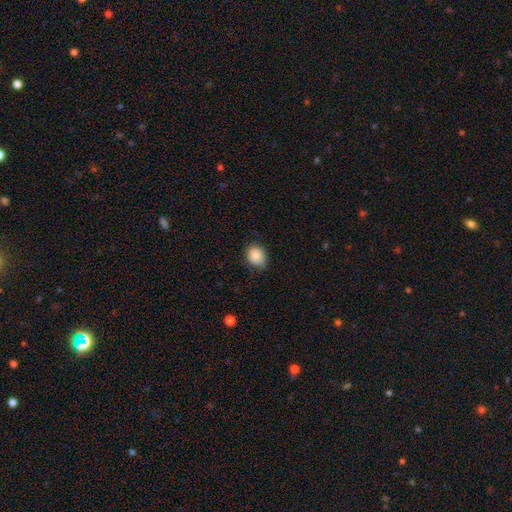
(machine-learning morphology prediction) smooth-or-featured: smooth: 86% | star or artifact: 8% | featured or disk: 6%
  how-rounded: round: 55% | in between: 44% | cigar-shaped: 1%
  merging: none: 72% | minor disturbance: 23% | major disturbance: 4% | merger: 1%